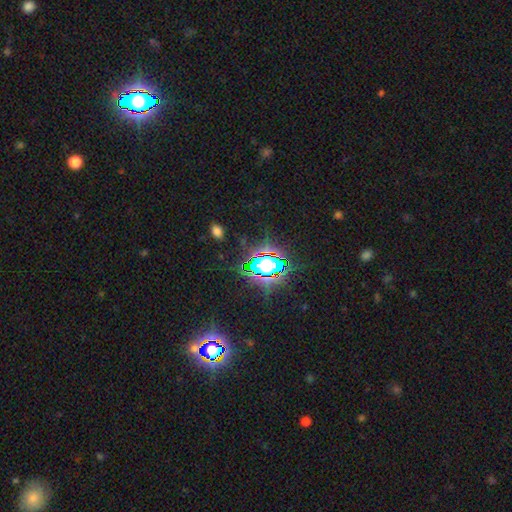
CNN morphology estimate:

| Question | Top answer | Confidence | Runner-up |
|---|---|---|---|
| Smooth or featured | star or artifact | 72% | smooth (18%) |